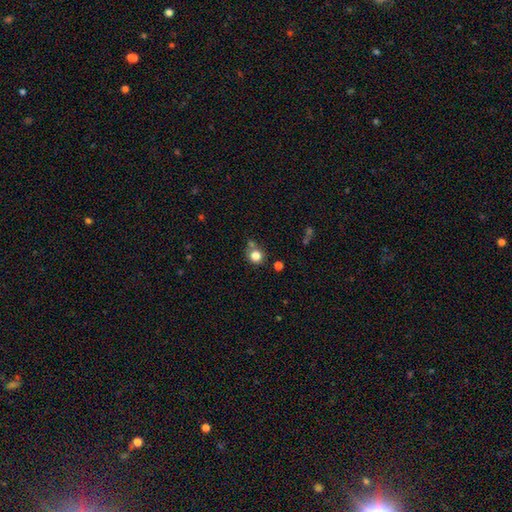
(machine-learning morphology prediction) Smooth or featured: smooth — 81% (star or artifact — 12%)
How rounded: round — 87% (in between — 12%)
Merging: none — 68% (merger — 15%)